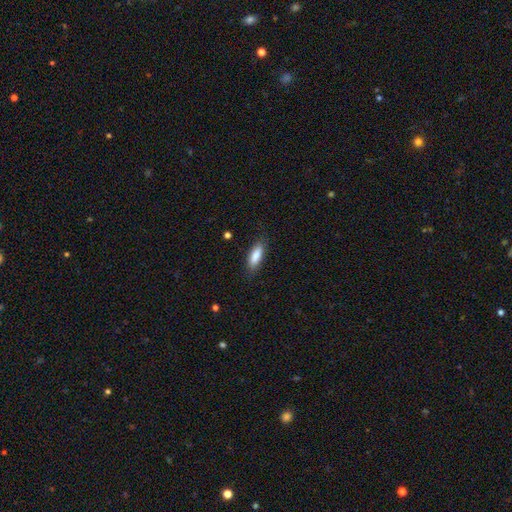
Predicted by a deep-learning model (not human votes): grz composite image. It shows a smooth galaxy with no disk features (85%) that is in between round and cigar-shaped (59%). Merging: none (81%).